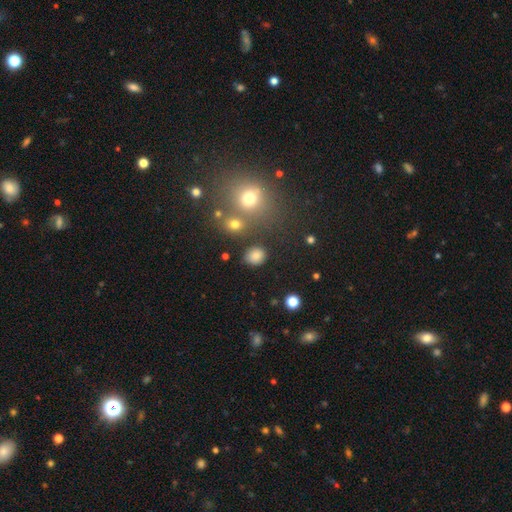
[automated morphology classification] This appears to be a smooth galaxy with no disk features (81%) that is round (71%). Merging: none (83%).